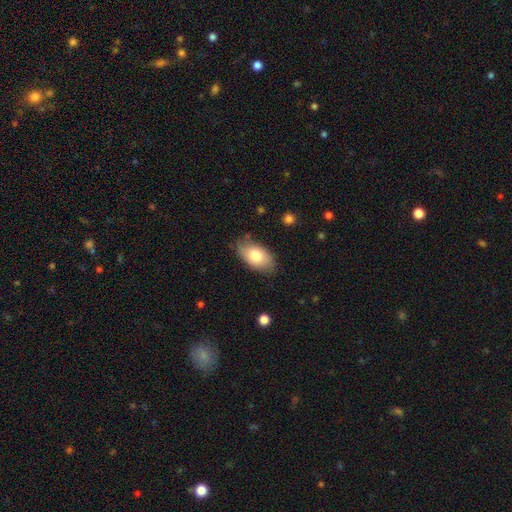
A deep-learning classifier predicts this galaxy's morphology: A smooth galaxy with no disk features (78%) that is in between round and cigar-shaped (93%).

Vote fractions:
- Smooth or featured? smooth: 78% / featured or disk: 16% / star or artifact: 6%
- How rounded? in between: 93% / round: 5% / cigar-shaped: 2%
- Merging? none: 78% / minor disturbance: 17% / major disturbance: 3% / merger: 1%